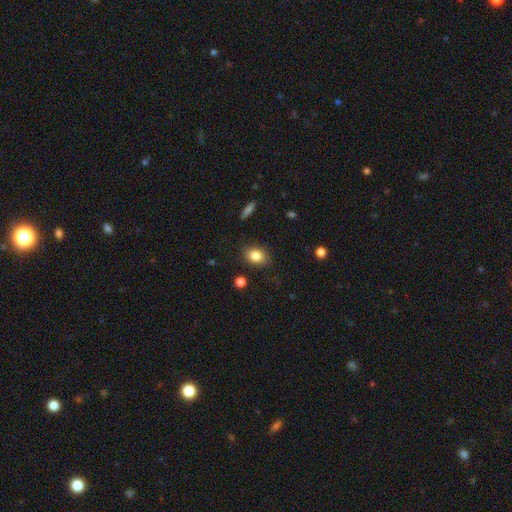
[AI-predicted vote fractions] The model was most divided on "how rounded": in between: 72%, round: 27%, cigar-shaped: 2%. More confident: merging — none (84%); smooth or featured — smooth (84%).